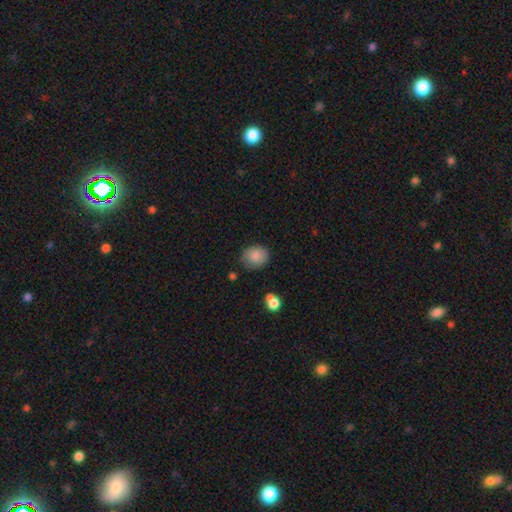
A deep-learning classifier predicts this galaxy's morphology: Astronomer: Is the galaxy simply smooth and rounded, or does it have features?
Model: smooth — 85%.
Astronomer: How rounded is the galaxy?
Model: round — 60% (runner-up: in between, 39%).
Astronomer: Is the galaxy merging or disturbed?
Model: none — 74%.